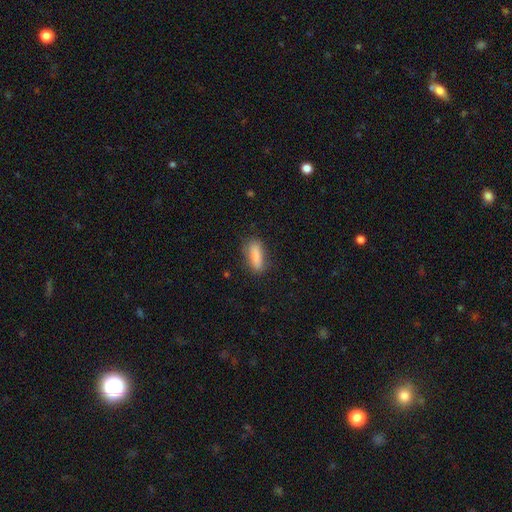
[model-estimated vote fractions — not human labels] smooth-or-featured: smooth: 83% | featured or disk: 10% | star or artifact: 7%
  how-rounded: in between: 54% | cigar-shaped: 43% | round: 2%
  merging: none: 78% | minor disturbance: 16% | major disturbance: 4% | merger: 2%